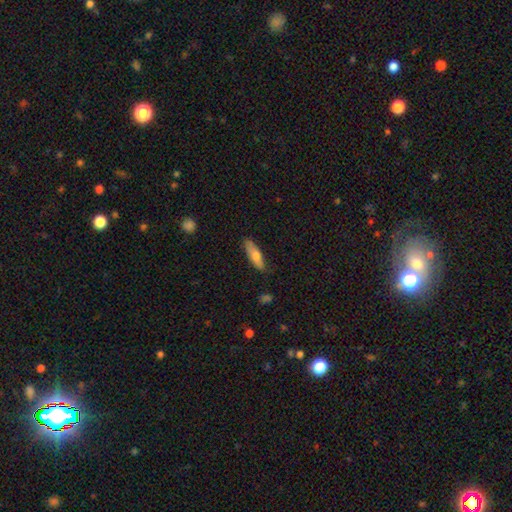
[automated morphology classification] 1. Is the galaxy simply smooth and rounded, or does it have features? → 67% smooth, 27% featured or disk, 6% star or artifact.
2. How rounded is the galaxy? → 63% cigar-shaped, 35% in between, 2% round.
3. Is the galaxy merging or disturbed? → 81% none, 16% minor disturbance, 3% major disturbance, 1% merger.